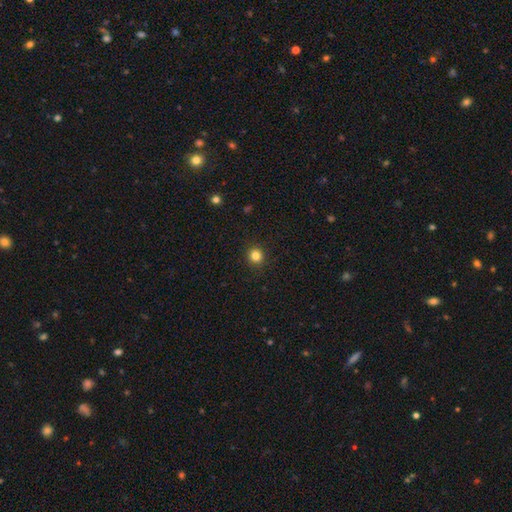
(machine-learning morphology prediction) Smooth or featured? smooth (82%)
How rounded? round (93%)
Merging? none (92%)